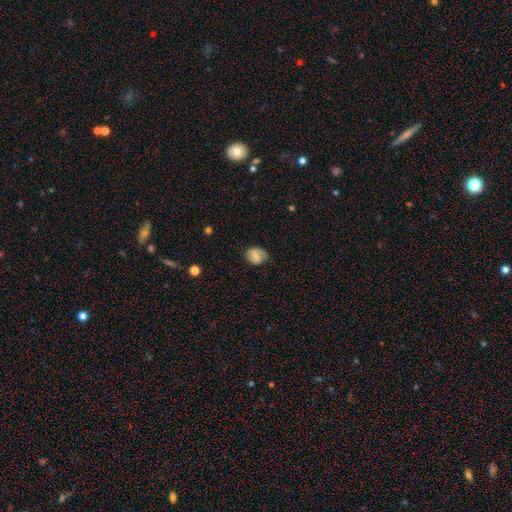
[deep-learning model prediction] smooth_or_featured: smooth (p=0.60) [alt: featured or disk p=0.32]
how_rounded: in between (p=0.52) [alt: round p=0.47]
merging: none (p=0.72) [alt: minor disturbance p=0.22]